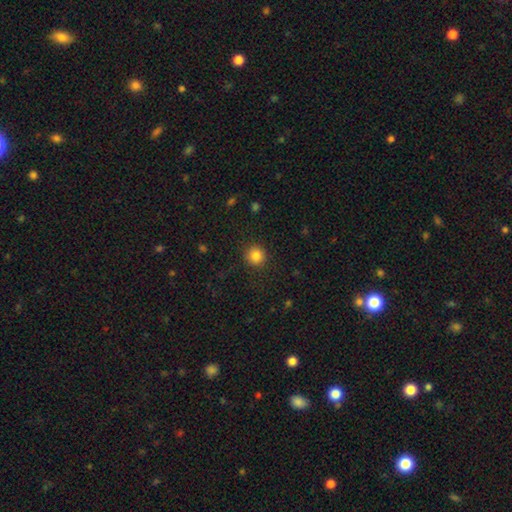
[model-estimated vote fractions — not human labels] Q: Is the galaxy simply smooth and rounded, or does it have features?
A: smooth — 85%.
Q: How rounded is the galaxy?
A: round — 94%.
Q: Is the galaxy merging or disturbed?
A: none — 91%.